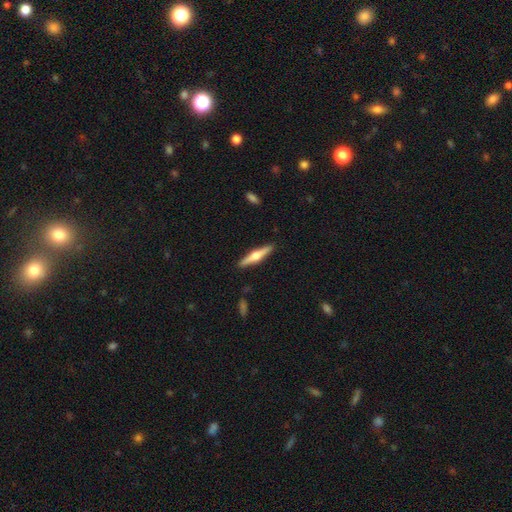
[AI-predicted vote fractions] A featured or disk galaxy (62%) viewed edge-on (97%) with a rounded central bulge (93%).

Vote fractions:
- Smooth or featured? featured or disk: 62% / smooth: 33% / star or artifact: 5%
- Edge-on disk? yes: 97% / no: 3%
- Edge-on bulge? rounded: 93% / boxy: 4% / none: 3%
- Merging? none: 90% / minor disturbance: 7% / major disturbance: 2% / merger: 1%